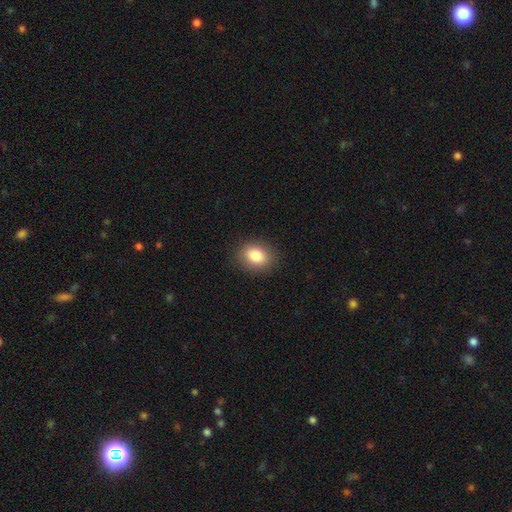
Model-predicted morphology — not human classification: smooth 83%, star or artifact 9%, featured or disk 7%. Down the decision tree: how rounded — in between (60%); merging — none (89%).